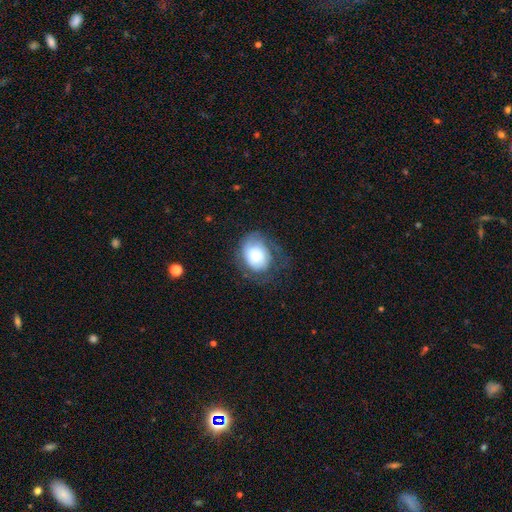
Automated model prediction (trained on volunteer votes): Smooth or featured? smooth (54%)
How rounded? in between (56%)
Merging? none (48%)